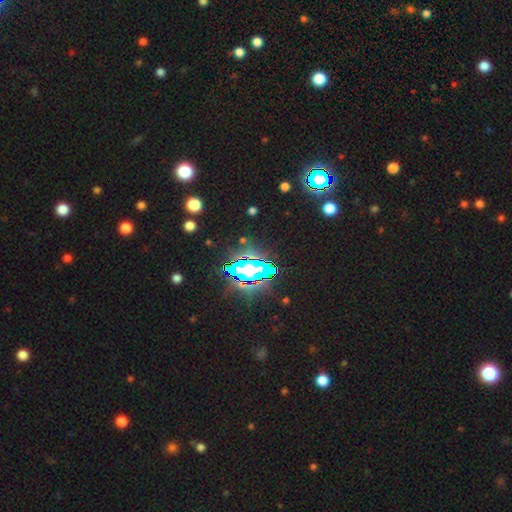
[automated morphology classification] The model was most divided on "smooth or featured": star or artifact: 84%, smooth: 9%, featured or disk: 7%.